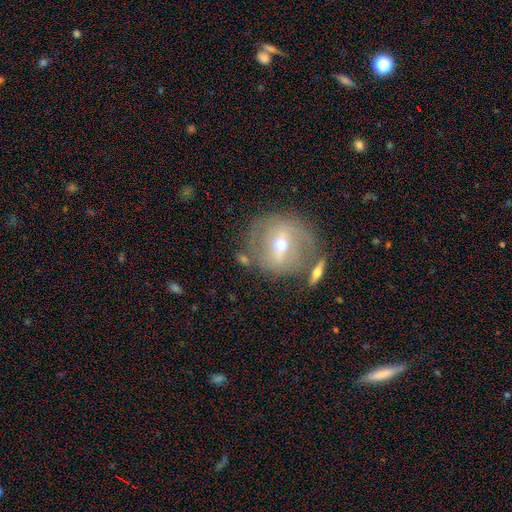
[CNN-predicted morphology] featured or disk 66%, smooth 24%, star or artifact 10%. Down the decision tree: edge-on disk — no (94%); bar — weak (43%); spiral arms — yes (62%); bulge size — moderate (64%); merging — none (66%).